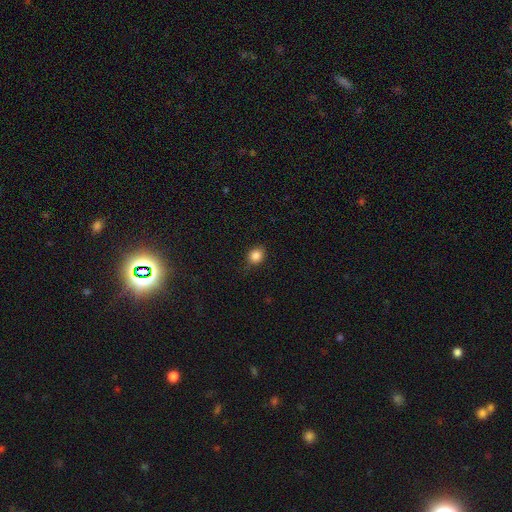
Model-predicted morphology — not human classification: Smooth or featured? smooth (85%)
How rounded? round (63%)
Merging? none (78%)